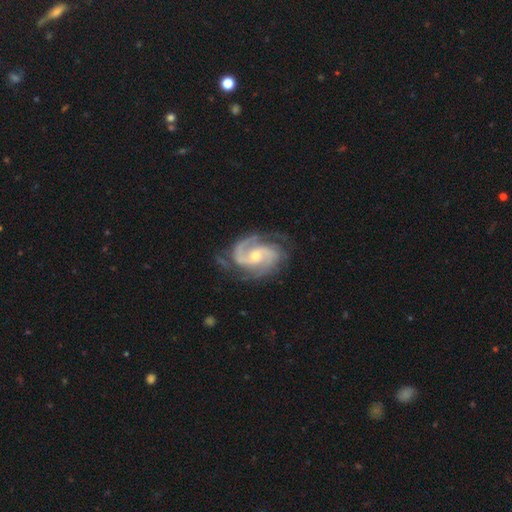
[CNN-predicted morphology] This is clearly a featured or disk galaxy (92%). It is clearly not viewed edge-on (98%). Bar: possibly no (50%). Spiral arm pattern: clearly yes (98%). Spiral arm count: likely 2 (69%). Spiral winding: possibly medium (51%). Central bulge: possibly small (51%). Merging: likely none (71%).